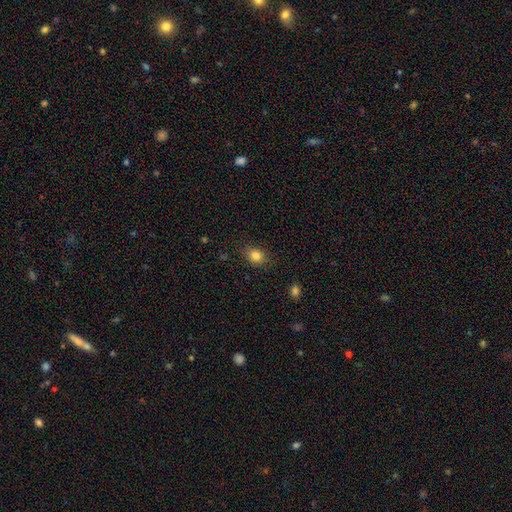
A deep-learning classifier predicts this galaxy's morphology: A smooth galaxy with no disk features (82%) that is round (56%). Merging: none (84%).